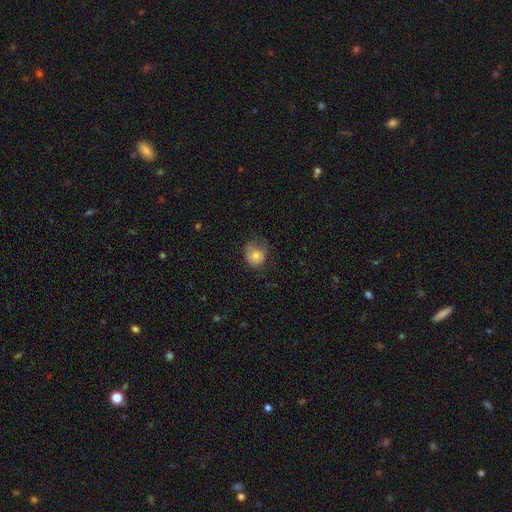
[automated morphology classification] smooth 77%, featured or disk 13%, star or artifact 10%. Down the decision tree: how rounded — round (72%); merging — none (49%).